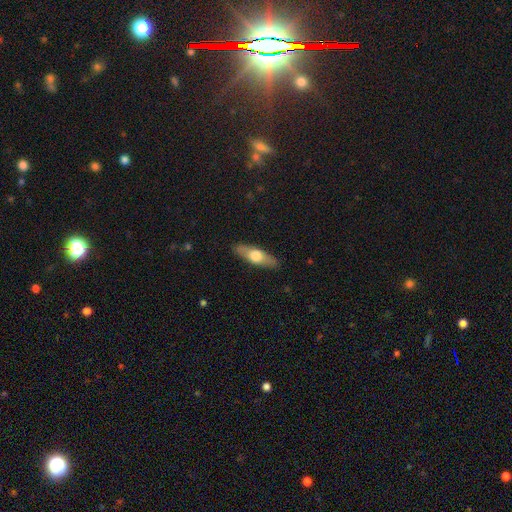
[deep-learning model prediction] Smooth or featured?
  - smooth: 54% *
  - featured or disk: 40%
  - star or artifact: 5%
How rounded?
  - cigar-shaped: 50% *
  - in between: 47%
  - round: 3%
Merging?
  - none: 87% *
  - minor disturbance: 9%
  - major disturbance: 2%
  - merger: 1%